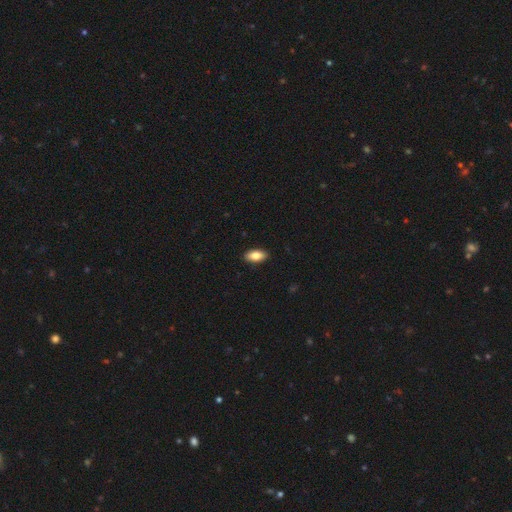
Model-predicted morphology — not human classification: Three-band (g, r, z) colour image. It shows a smooth galaxy with no disk features (83%) that is in between round and cigar-shaped (90%). Merging: none (90%).